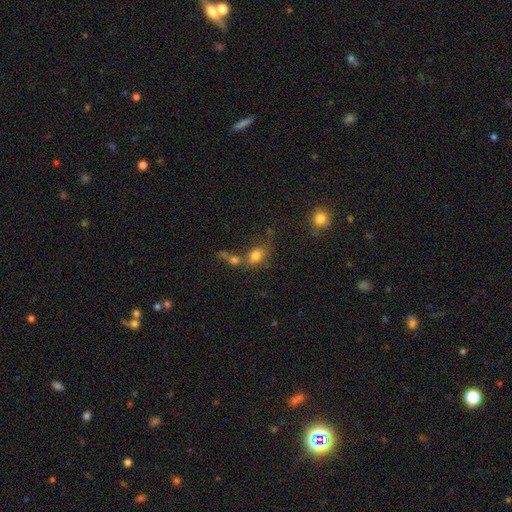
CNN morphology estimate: A smooth galaxy with no disk features (78%) that is in between round and cigar-shaped (69%).

Vote fractions:
- Smooth or featured? smooth: 78% / star or artifact: 12% / featured or disk: 10%
- How rounded? in between: 69% / round: 29% / cigar-shaped: 2%
- Merging? none: 42% / merger: 36% / minor disturbance: 14% / major disturbance: 8%